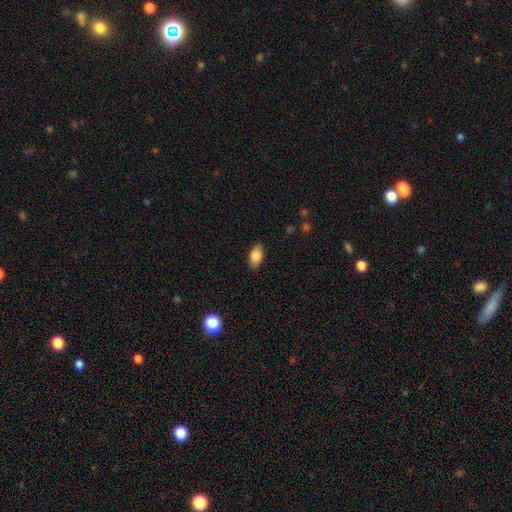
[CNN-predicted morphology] smooth-or-featured: smooth: 84% | featured or disk: 9% | star or artifact: 7%
  how-rounded: in between: 91% | cigar-shaped: 5% | round: 4%
  merging: none: 86% | minor disturbance: 10% | major disturbance: 2% | merger: 1%